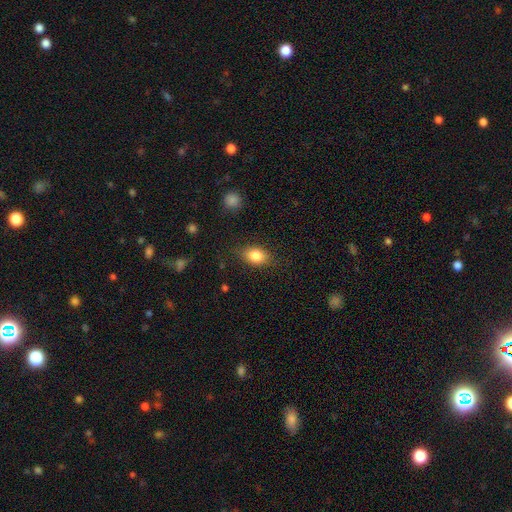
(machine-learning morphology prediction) smooth 82%, featured or disk 9%, star or artifact 9%. Down the decision tree: how rounded — in between (74%); merging — none (79%).